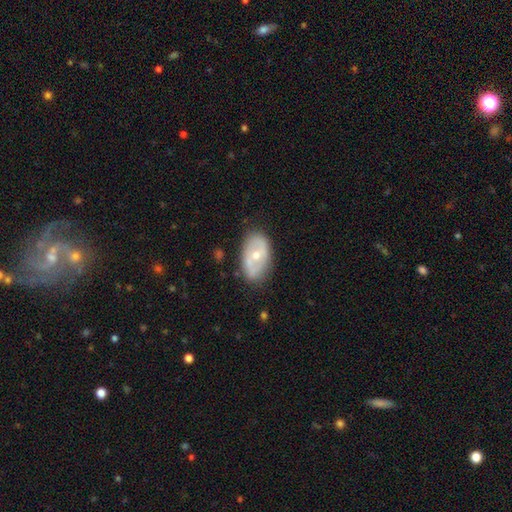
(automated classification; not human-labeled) This appears to be a featured or disk galaxy (56%) with no bar (61%), no spiral arms (62%) and a moderate central bulge (58%). Merging: none (76%).